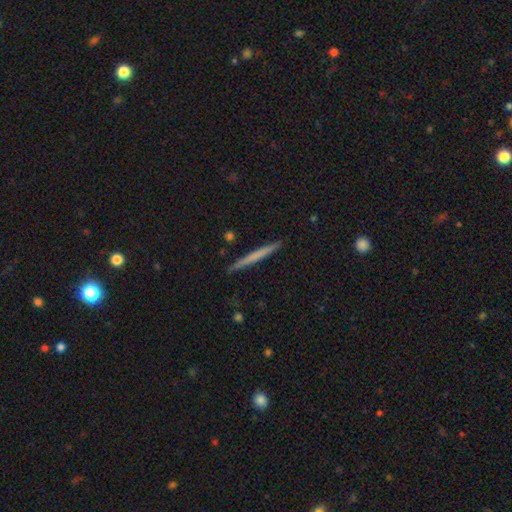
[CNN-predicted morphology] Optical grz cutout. It shows a smooth galaxy with no disk features (58%) that is cigar-shaped (97%). Merging: none (91%).